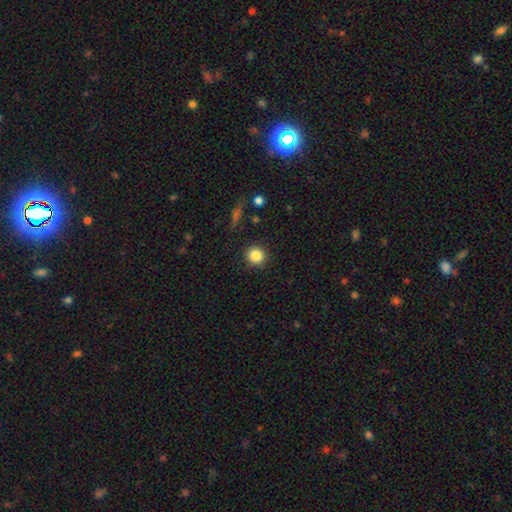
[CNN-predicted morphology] Smooth or featured: smooth — 85% (star or artifact — 10%)
How rounded: round — 93% (in between — 6%)
Merging: none — 91% (minor disturbance — 6%)